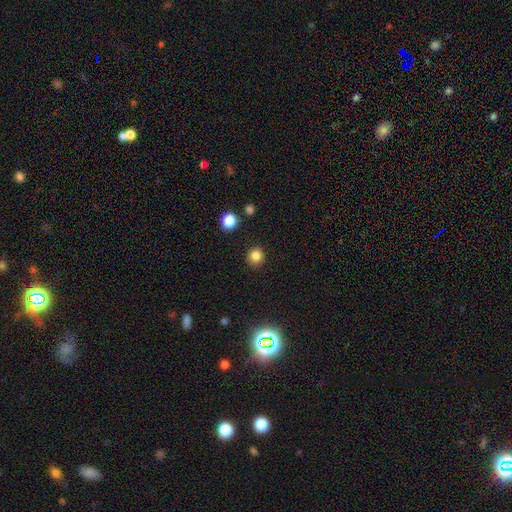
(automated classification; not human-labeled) Overall: smooth (82%). How rounded: round (90%). Merging: none (90%).